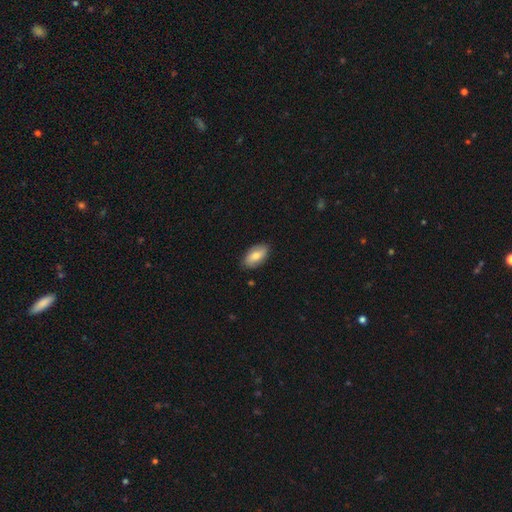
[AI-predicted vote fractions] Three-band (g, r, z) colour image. It shows a smooth galaxy with no disk features (70%) that is in between round and cigar-shaped (92%). Merging: none (87%).